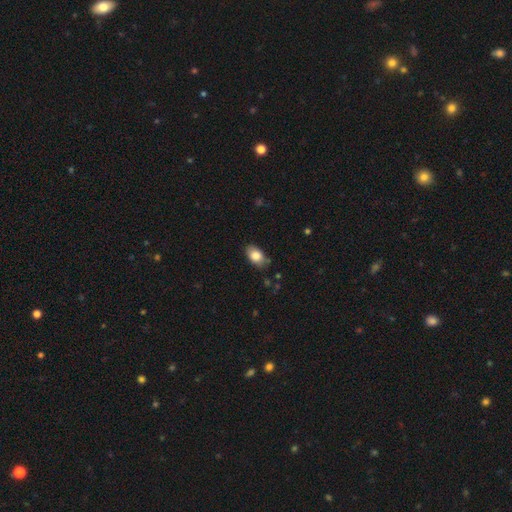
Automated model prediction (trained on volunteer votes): A smooth galaxy with no disk features (84%) that is in between round and cigar-shaped (89%).

Vote fractions:
- Smooth or featured? smooth: 84% / featured or disk: 9% / star or artifact: 7%
- How rounded? in between: 89% / round: 9% / cigar-shaped: 2%
- Merging? none: 77% / minor disturbance: 18% / major disturbance: 3% / merger: 2%